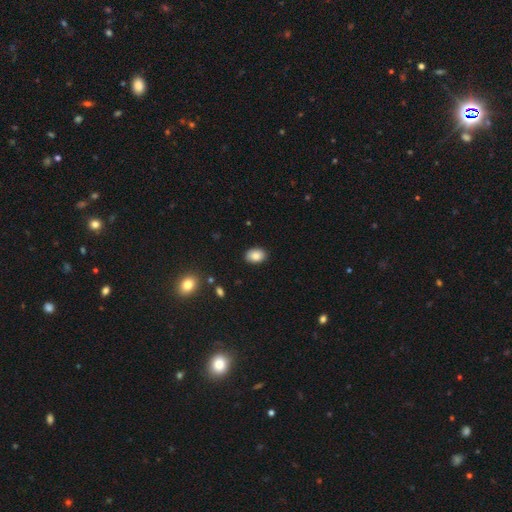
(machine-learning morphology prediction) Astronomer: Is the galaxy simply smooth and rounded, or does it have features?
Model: smooth — 87%.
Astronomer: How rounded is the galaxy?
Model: in between — 83%.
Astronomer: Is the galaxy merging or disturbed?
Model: none — 88%.